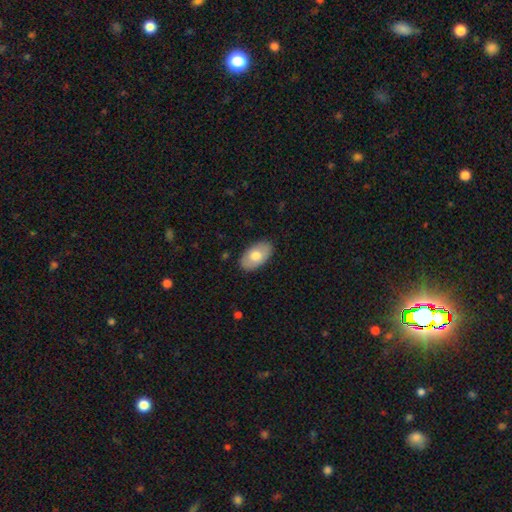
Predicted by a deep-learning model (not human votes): Smooth or featured? smooth (71%)
How rounded? in between (94%)
Merging? none (86%)